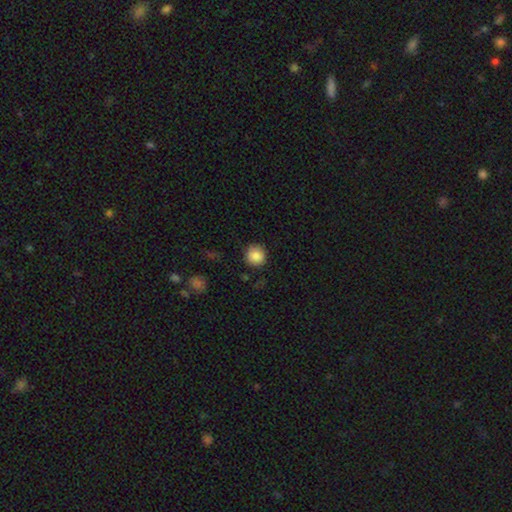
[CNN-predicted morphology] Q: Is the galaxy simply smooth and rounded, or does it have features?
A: smooth — 87%.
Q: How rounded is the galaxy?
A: round — 92%.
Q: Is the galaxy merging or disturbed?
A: none — 86%.